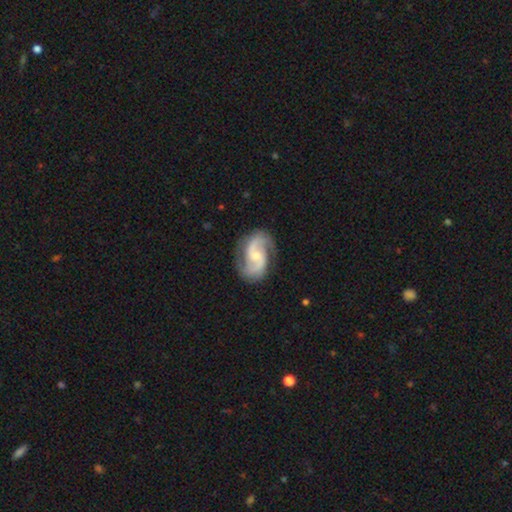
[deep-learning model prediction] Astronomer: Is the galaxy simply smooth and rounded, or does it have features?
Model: featured or disk — 89%.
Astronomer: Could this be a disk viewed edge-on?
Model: no — 98%.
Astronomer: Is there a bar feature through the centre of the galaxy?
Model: weak — 46% (runner-up: no, 42%).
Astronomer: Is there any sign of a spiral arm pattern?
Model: yes — 97%.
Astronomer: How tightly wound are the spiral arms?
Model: medium — 55%.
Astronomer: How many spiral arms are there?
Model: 2 — 92%.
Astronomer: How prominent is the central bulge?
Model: small — 51% (runner-up: moderate, 42%).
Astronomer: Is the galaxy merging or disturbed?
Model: none — 79%.